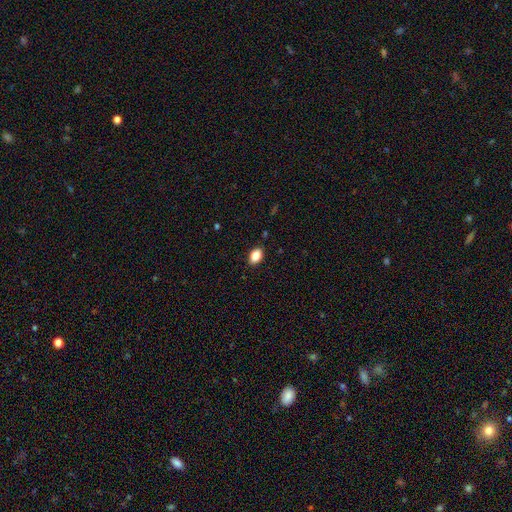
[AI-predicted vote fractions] smooth 86%, star or artifact 8%, featured or disk 6%. Down the decision tree: how rounded — in between (87%); merging — none (88%).